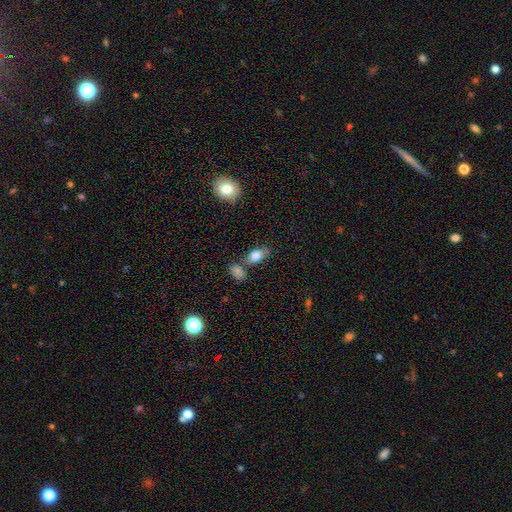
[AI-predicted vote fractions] smooth_or_featured: smooth (p=0.80) [alt: featured or disk p=0.12]
how_rounded: in between (p=0.85) [alt: round p=0.10]
merging: none (p=0.61) [alt: minor disturbance p=0.17]